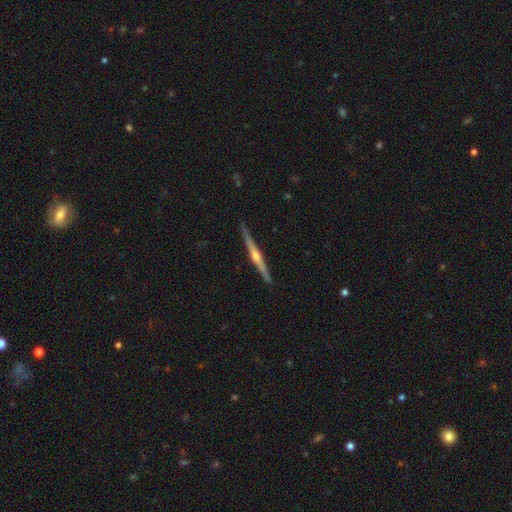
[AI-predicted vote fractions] smooth_or_featured: featured or disk (p=0.83) [alt: smooth p=0.12]
disk_edge_on: yes (p=0.99) [alt: no p=0.01]
edge_on_bulge: rounded (p=0.88) [alt: none p=0.07]
merging: none (p=0.91) [alt: minor disturbance p=0.07]